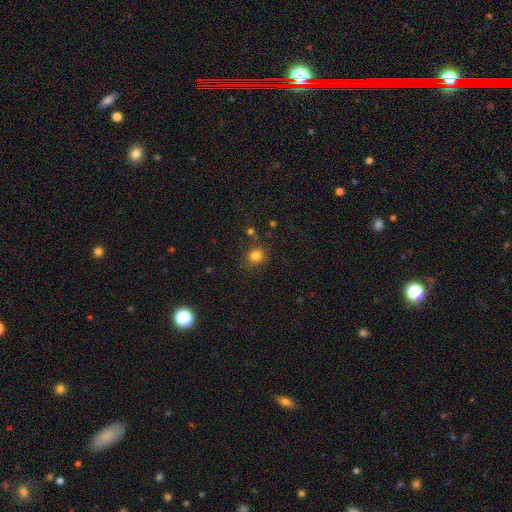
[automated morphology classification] This is clearly a smooth galaxy (81%). How rounded: clearly round (83%). Merging: clearly none (81%).